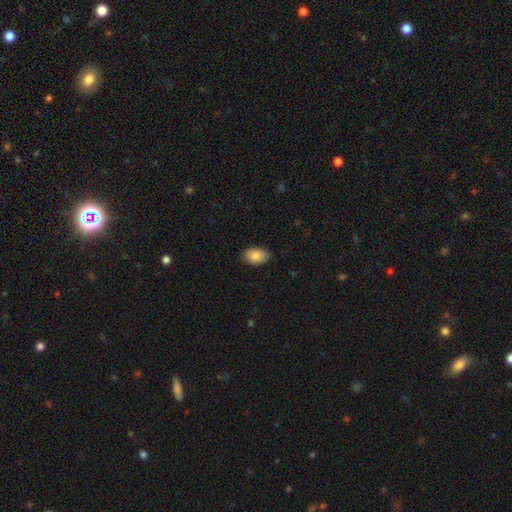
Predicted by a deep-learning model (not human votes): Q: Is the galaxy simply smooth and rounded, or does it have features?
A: smooth — 87%.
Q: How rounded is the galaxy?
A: in between — 86%.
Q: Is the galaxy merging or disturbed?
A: none — 85%.